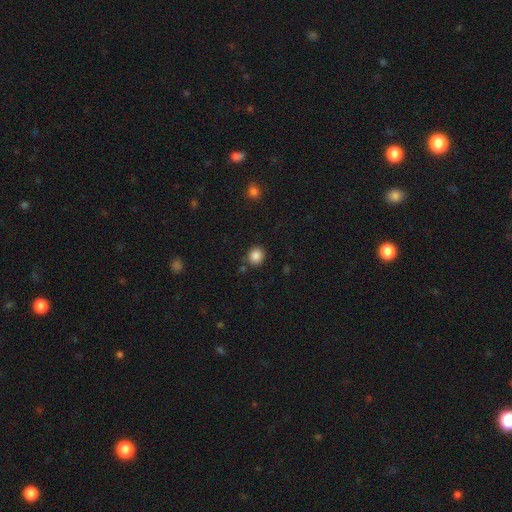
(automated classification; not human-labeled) This appears to be a smooth galaxy with no disk features (86%) that is round (87%). Merging: none (85%).